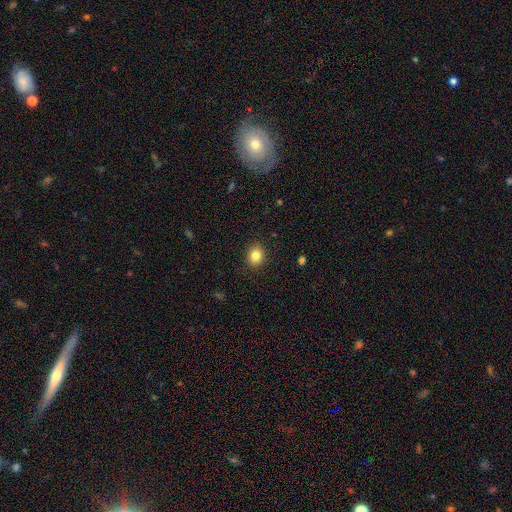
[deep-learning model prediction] Q: Smooth or featured?
A: smooth (85%); runner-up: star or artifact (10%)
Q: How rounded?
A: round (62%); runner-up: in between (37%)
Q: Merging?
A: none (90%); runner-up: minor disturbance (7%)